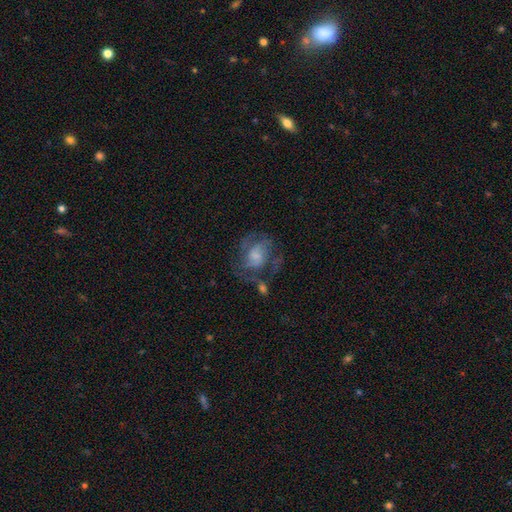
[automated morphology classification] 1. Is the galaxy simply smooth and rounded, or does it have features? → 63% featured or disk, 28% smooth, 9% star or artifact.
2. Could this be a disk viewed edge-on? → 97% no, 3% yes.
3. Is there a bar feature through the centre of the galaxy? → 56% no, 37% weak, 8% strong.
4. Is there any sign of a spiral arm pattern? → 78% yes, 22% no.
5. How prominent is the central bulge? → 32% small (tied), 32% moderate (tied), 20% none, 14% large, 2% dominant.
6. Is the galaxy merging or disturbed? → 41% none, 29% major disturbance, 20% minor disturbance, 10% merger.